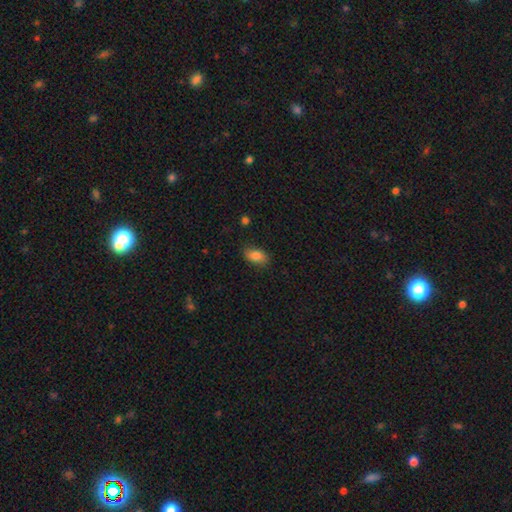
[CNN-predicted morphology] Smooth or featured? Predicted: smooth (p=0.84). How rounded? Predicted: in between (p=0.90). Merging? Predicted: none (p=0.82).